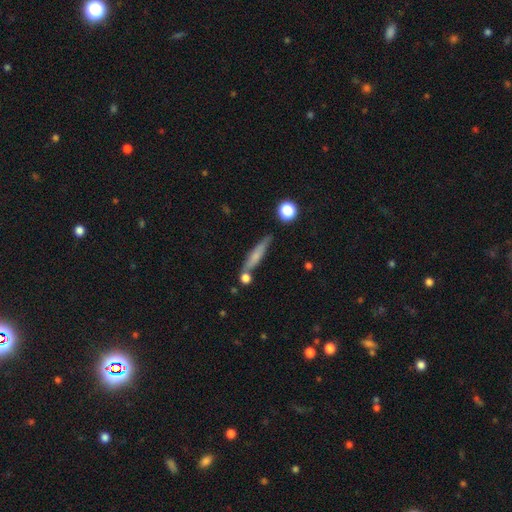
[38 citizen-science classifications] Smooth or featured? 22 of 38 (58%) said smooth. How rounded? 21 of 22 (95%) said cigar-shaped. Merging? 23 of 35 (66%) said none.